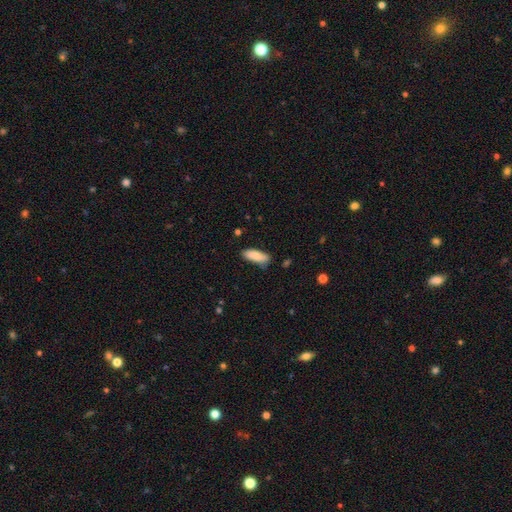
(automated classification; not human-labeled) smooth-or-featured: smooth: 85% | featured or disk: 9% | star or artifact: 6%
  how-rounded: in between: 68% | cigar-shaped: 31% | round: 2%
  merging: none: 77% | minor disturbance: 18% | major disturbance: 3% | merger: 2%